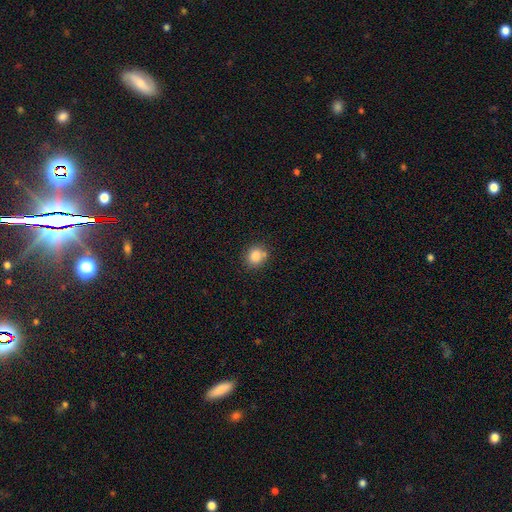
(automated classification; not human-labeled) The model was most divided on "how rounded": round: 77%, in between: 22%, cigar-shaped: 1%. More confident: smooth or featured — smooth (84%); merging — none (71%).